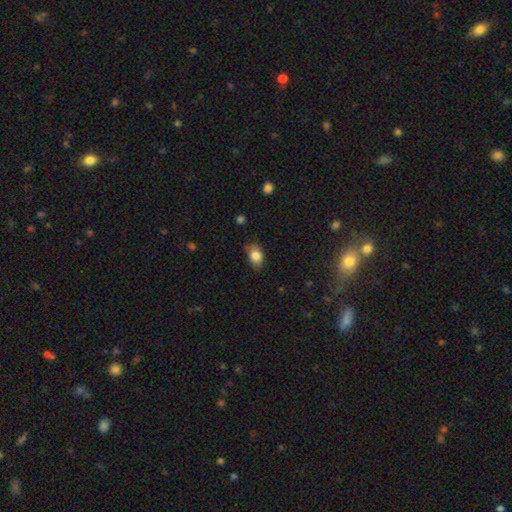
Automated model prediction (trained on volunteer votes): Smooth or featured?
  - smooth: 82% *
  - featured or disk: 10%
  - star or artifact: 8%
How rounded?
  - in between: 79% *
  - round: 20%
  - cigar-shaped: 2%
Merging?
  - none: 68% *
  - minor disturbance: 26%
  - major disturbance: 5%
  - merger: 2%